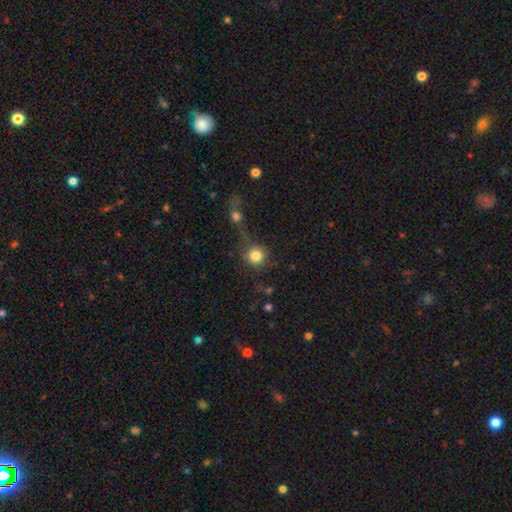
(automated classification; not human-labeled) smooth_or_featured: smooth (p=0.81) [alt: star or artifact p=0.10]
how_rounded: round (p=0.93) [alt: in between p=0.06]
merging: none (p=0.55) [alt: merger p=0.26]